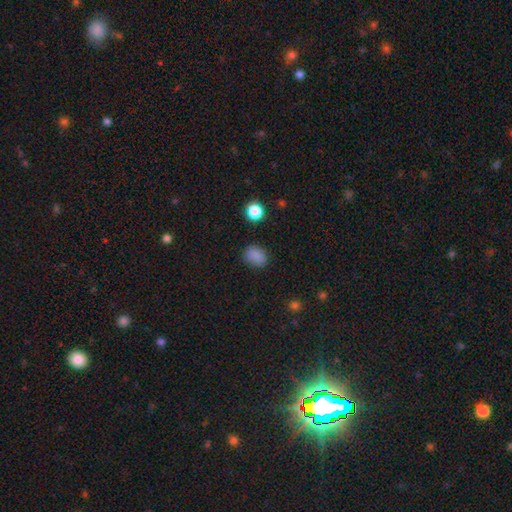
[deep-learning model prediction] smooth 83%, star or artifact 13%, featured or disk 4%. Down the decision tree: how rounded — in between (56%); merging — none (82%).